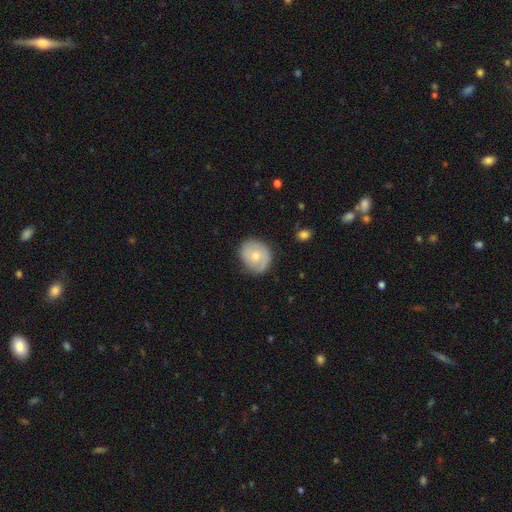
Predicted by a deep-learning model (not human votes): A featured or disk galaxy (51%). Merging: none (78%).